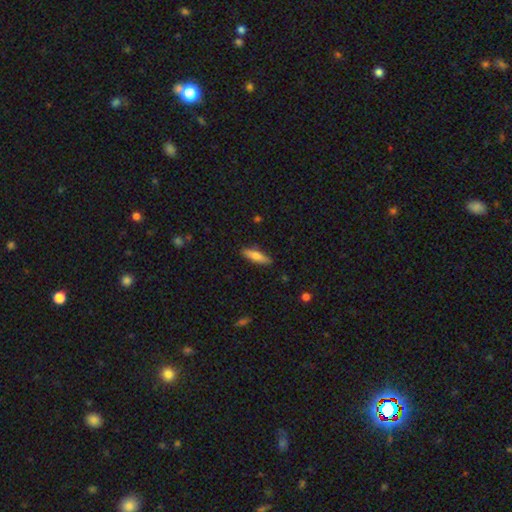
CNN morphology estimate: Smooth or featured? Predicted: smooth (p=0.68). How rounded? Predicted: cigar-shaped (p=0.68). Merging? Predicted: none (p=0.89).